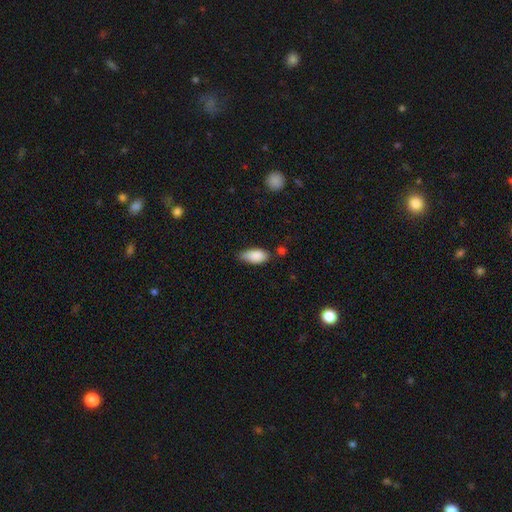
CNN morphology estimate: Smooth or featured?
  - smooth: 87% *
  - star or artifact: 7%
  - featured or disk: 6%
How rounded?
  - in between: 89% *
  - cigar-shaped: 9%
  - round: 3%
Merging?
  - none: 55% *
  - minor disturbance: 34%
  - major disturbance: 6%
  - merger: 4%